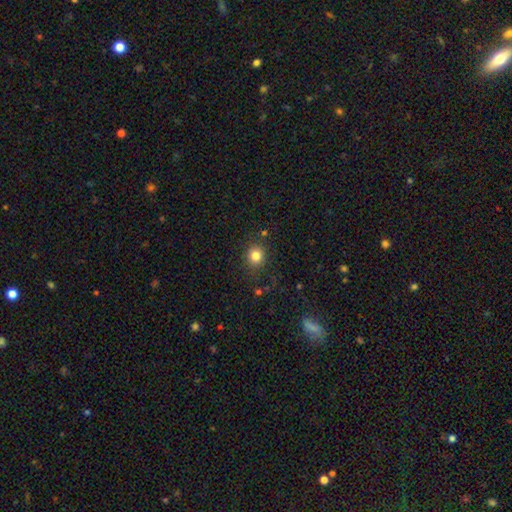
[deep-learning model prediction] Smooth or featured? Predicted: smooth (p=0.82). How rounded? Predicted: round (p=0.82). Merging? Predicted: none (p=0.86).